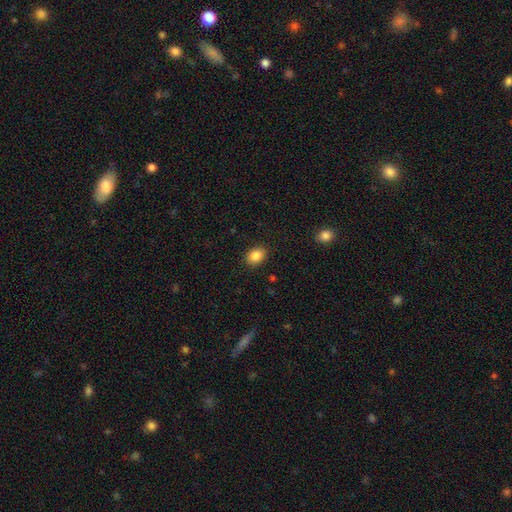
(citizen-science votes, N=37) smooth 89%, featured or disk 5%, star or artifact 5%. Down the decision tree: how rounded — in between (79%); merging — none (97%).